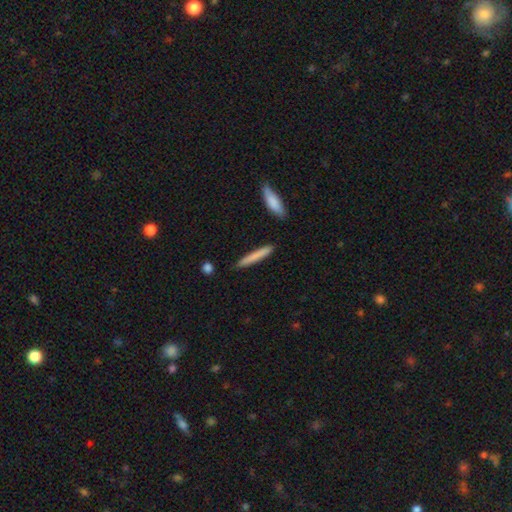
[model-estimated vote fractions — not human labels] Smooth or featured?
  - smooth: 76% *
  - featured or disk: 18%
  - star or artifact: 5%
How rounded?
  - cigar-shaped: 94% *
  - in between: 4%
  - round: 1%
Merging?
  - none: 88% *
  - minor disturbance: 8%
  - merger: 3%
  - major disturbance: 2%